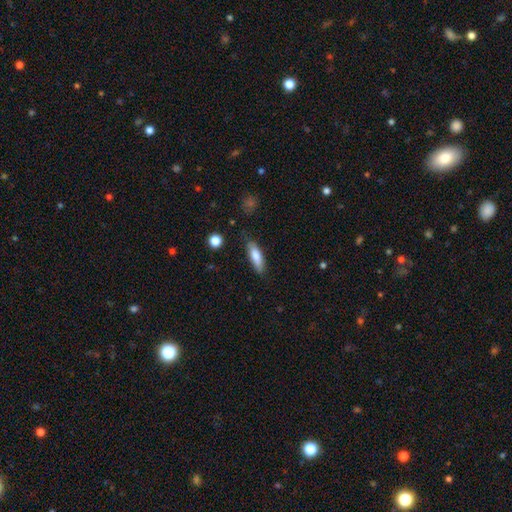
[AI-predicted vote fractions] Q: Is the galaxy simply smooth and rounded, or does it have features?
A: smooth — 76%.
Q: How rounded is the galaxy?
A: cigar-shaped — 51%.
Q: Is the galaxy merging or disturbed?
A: none — 74%.